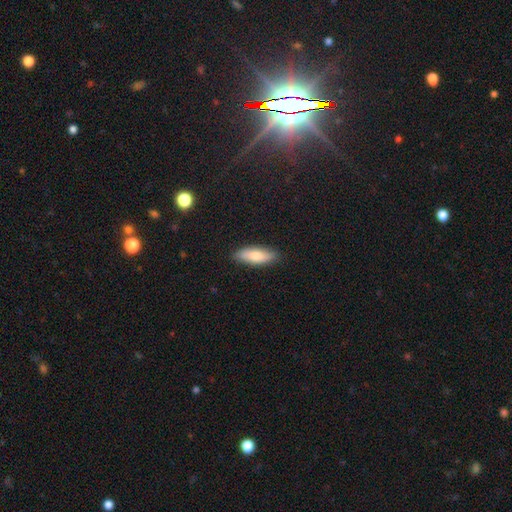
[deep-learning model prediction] A smooth galaxy with no disk features (78%) that is in between round and cigar-shaped (59%). Merging: none (86%).